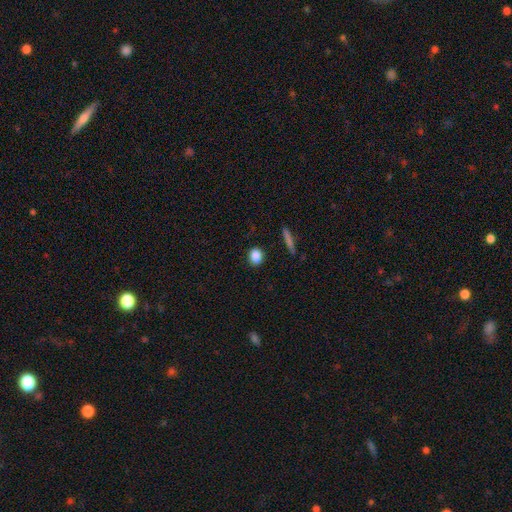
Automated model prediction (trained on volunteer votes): Smooth or featured: smooth — 86% (star or artifact — 9%)
How rounded: round — 50% (in between — 46%)
Merging: none — 88% (minor disturbance — 8%)